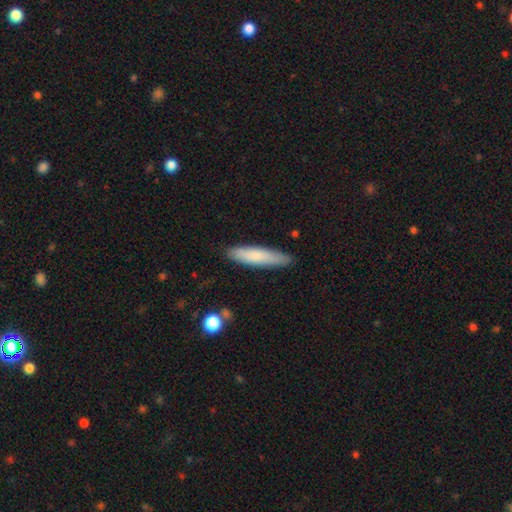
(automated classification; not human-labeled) Smooth or featured?
  - smooth: 75% *
  - featured or disk: 19%
  - star or artifact: 6%
How rounded?
  - cigar-shaped: 81% *
  - in between: 17%
  - round: 1%
Merging?
  - none: 86% *
  - minor disturbance: 11%
  - major disturbance: 2%
  - merger: 1%